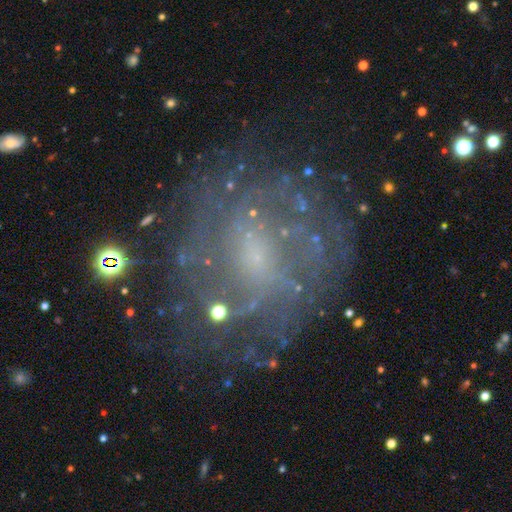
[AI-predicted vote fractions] Q: Smooth or featured?
A: featured or disk (65%); runner-up: smooth (18%)
Q: Edge-on disk?
A: no (97%); runner-up: yes (3%)
Q: Bar?
A: no (58%); runner-up: weak (34%)
Q: Spiral arms?
A: yes (62%); runner-up: no (38%)
Q: Bulge size?
A: small (60%); runner-up: none (22%)
Q: Merging?
A: none (70%); runner-up: minor disturbance (16%)